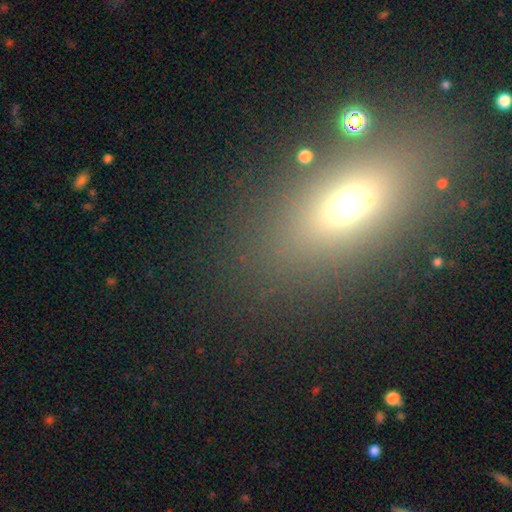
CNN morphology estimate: Smooth or featured?
  - smooth: 53% *
  - star or artifact: 29%
  - featured or disk: 19%
How rounded?
  - in between: 65% *
  - round: 25%
  - cigar-shaped: 11%
Merging?
  - none: 79% *
  - minor disturbance: 10%
  - major disturbance: 6%
  - merger: 5%